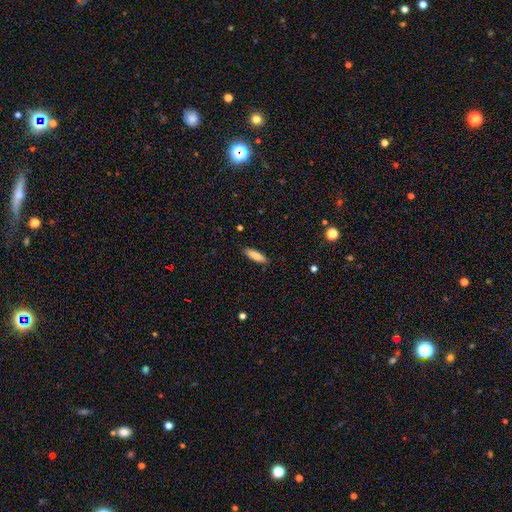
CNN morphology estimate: type=smooth (84%); roundness=cigar-shaped (57%); merging=none (88%).